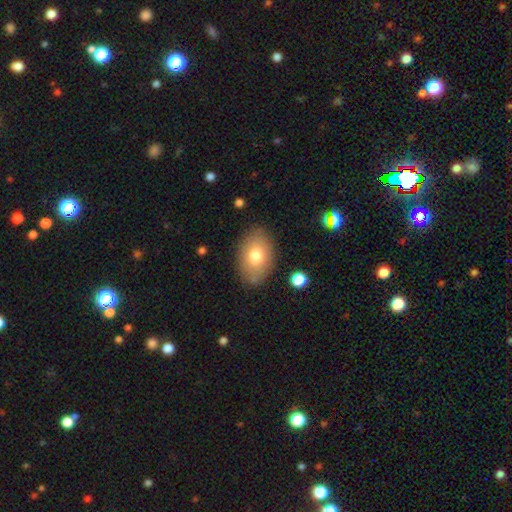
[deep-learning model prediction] A smooth galaxy with no disk features (74%) that is in between round and cigar-shaped (87%). Merging: none (83%).